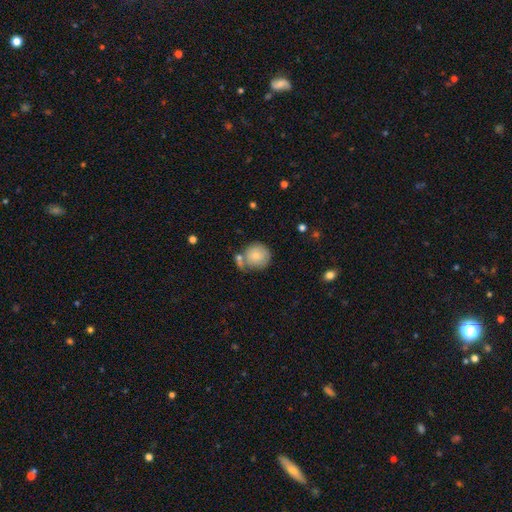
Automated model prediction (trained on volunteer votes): The model was most divided on "merging": none: 53%, merger: 21%, minor disturbance: 19%, major disturbance: 7%. More confident: how rounded — round (87%); smooth or featured — smooth (76%).